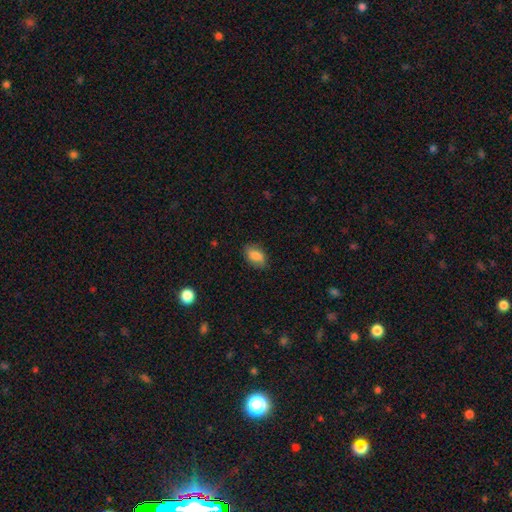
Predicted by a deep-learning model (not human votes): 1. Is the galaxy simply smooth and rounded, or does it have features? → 83% smooth, 9% featured or disk, 7% star or artifact.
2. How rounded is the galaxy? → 89% in between, 9% round, 2% cigar-shaped.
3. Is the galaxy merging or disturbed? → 81% none, 15% minor disturbance, 3% major disturbance, 1% merger.